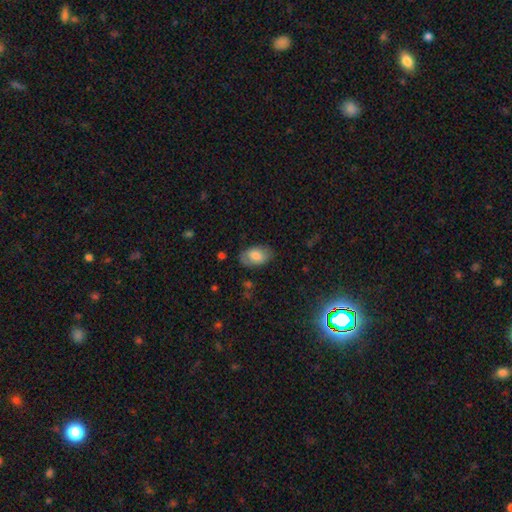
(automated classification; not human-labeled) A smooth galaxy with no disk features (77%) that is in between round and cigar-shaped (91%). Merging: none (80%).